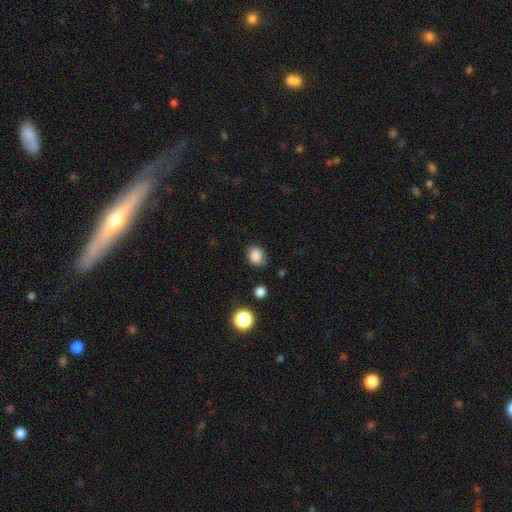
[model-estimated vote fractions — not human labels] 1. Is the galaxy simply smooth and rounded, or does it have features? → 85% smooth, 10% star or artifact, 4% featured or disk.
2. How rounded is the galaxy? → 51% round, 48% in between, 1% cigar-shaped.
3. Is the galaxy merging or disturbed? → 72% none, 21% minor disturbance, 5% major disturbance, 2% merger.